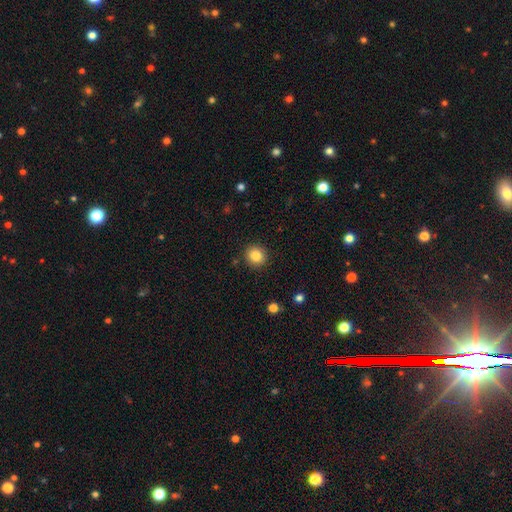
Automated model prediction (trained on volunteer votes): smooth_or_featured: smooth (p=0.84) [alt: star or artifact p=0.10]
how_rounded: round (p=0.91) [alt: in between p=0.09]
merging: none (p=0.91) [alt: minor disturbance p=0.06]